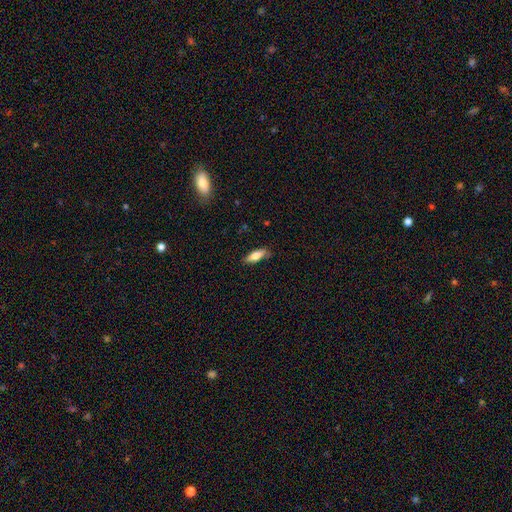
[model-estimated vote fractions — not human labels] smooth_or_featured: smooth (p=0.74) [alt: featured or disk p=0.19]
how_rounded: in between (p=0.64) [alt: cigar-shaped p=0.34]
merging: none (p=0.76) [alt: minor disturbance p=0.19]